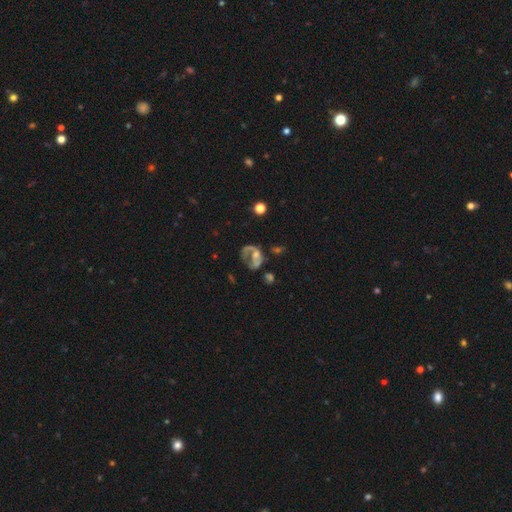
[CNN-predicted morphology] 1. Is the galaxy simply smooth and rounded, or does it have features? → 57% featured or disk, 30% smooth, 13% star or artifact.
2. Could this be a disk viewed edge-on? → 97% no, 3% yes.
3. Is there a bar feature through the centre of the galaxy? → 80% no, 15% weak, 5% strong.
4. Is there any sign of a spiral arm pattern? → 62% no, 38% yes.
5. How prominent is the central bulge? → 32% none, 31% moderate, 28% small, 7% large, 2% dominant.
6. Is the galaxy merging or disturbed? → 44% major disturbance, 25% none, 16% merger, 15% minor disturbance.